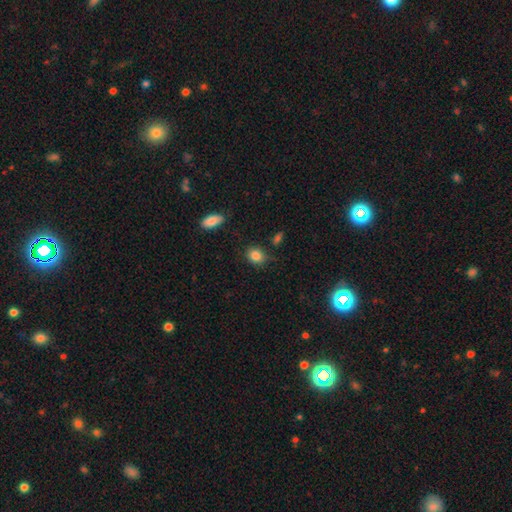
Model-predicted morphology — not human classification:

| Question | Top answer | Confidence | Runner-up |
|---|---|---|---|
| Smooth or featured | smooth | 86% | star or artifact (9%) |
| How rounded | round | 65% | in between (33%) |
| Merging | none | 76% | minor disturbance (16%) |